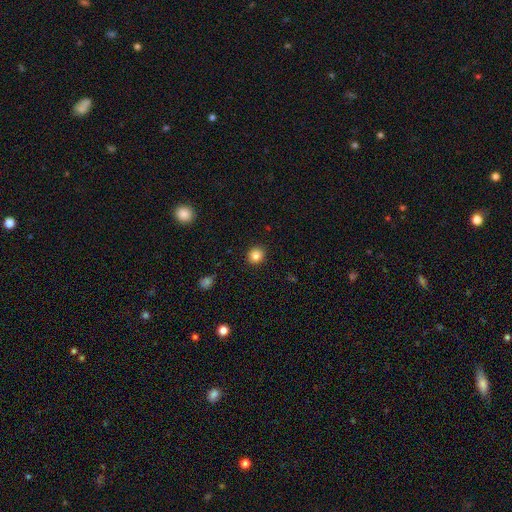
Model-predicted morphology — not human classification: smooth-or-featured: smooth: 83% | star or artifact: 11% | featured or disk: 6%
  how-rounded: round: 87% | in between: 12% | cigar-shaped: 1%
  merging: none: 91% | minor disturbance: 6% | major disturbance: 2% | merger: 1%